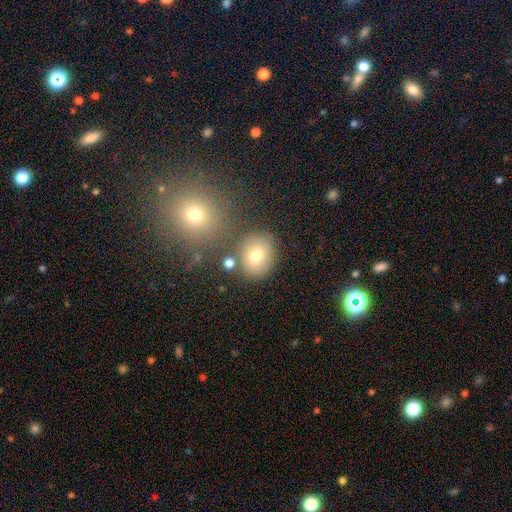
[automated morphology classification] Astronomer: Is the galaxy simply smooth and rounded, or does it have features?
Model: smooth — 74%.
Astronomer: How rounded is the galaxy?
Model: round — 59% (runner-up: in between, 40%).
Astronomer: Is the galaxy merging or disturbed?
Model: none — 76%.